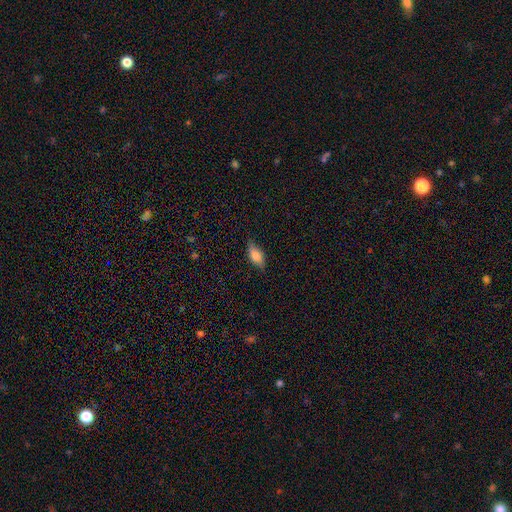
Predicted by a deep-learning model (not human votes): This appears to be a smooth galaxy with no disk features (70%) that is in between round and cigar-shaped (83%). Merging: none (77%).